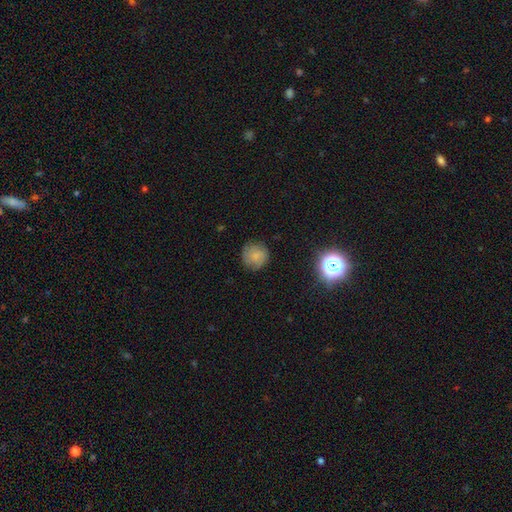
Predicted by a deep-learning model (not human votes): smooth 69%, featured or disk 18%, star or artifact 13%. Down the decision tree: how rounded — round (91%); merging — none (78%).